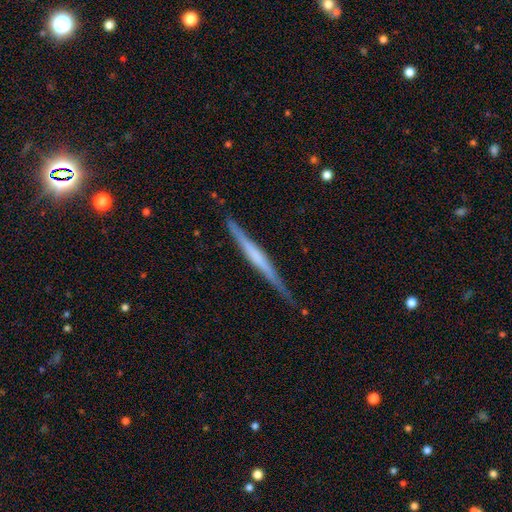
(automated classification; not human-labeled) This is likely a featured or disk galaxy (64%). It is clearly viewed edge-on (98%). Edge-on bulge: likely none (60%). Merging: clearly none (84%).